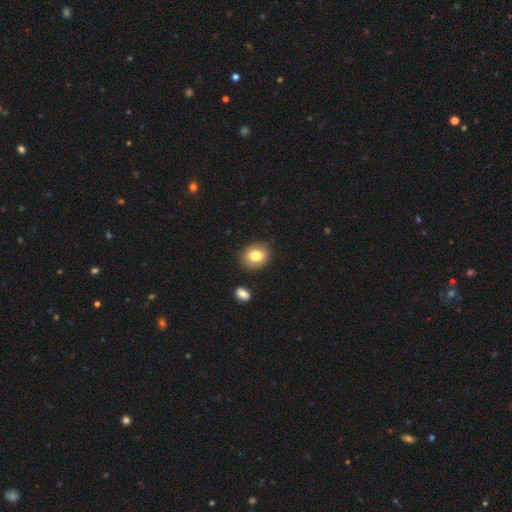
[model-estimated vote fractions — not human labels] A smooth galaxy with no disk features (79%) that is round (58%).

Vote fractions:
- Smooth or featured? smooth: 79% / featured or disk: 12% / star or artifact: 9%
- How rounded? round: 58% / in between: 41% / cigar-shaped: 1%
- Merging? none: 86% / minor disturbance: 9% / merger: 3% / major disturbance: 2%